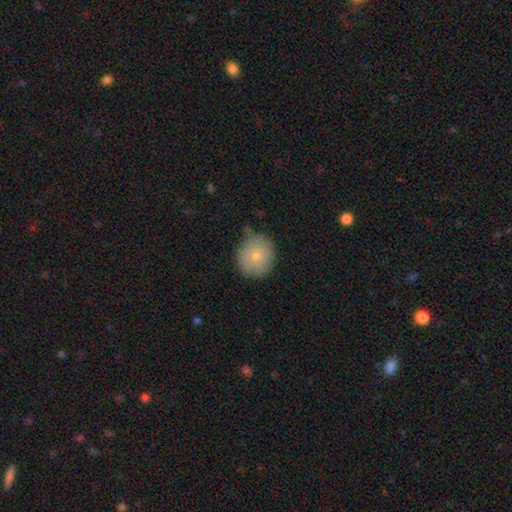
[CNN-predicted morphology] smooth-or-featured: smooth: 78% | featured or disk: 14% | star or artifact: 8%
  how-rounded: round: 84% | in between: 15% | cigar-shaped: 1%
  merging: none: 75% | minor disturbance: 18% | major disturbance: 4% | merger: 3%